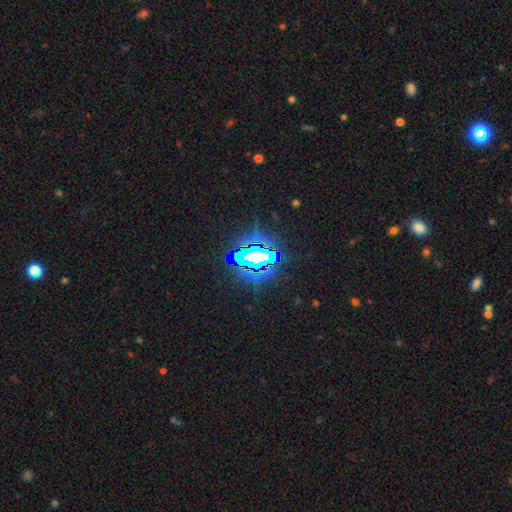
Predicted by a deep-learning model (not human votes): A star or artifact, not a galaxy (75%).